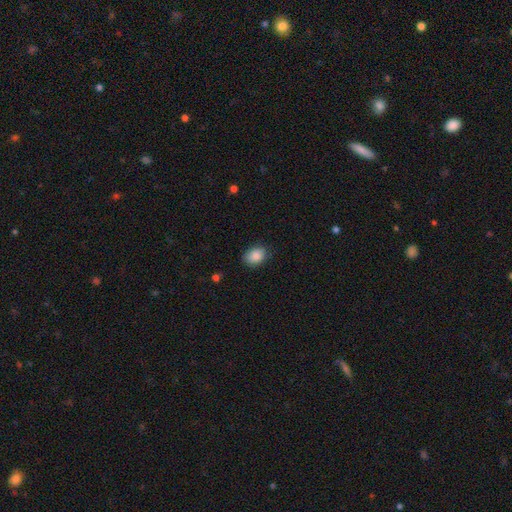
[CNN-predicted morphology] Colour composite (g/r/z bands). It shows a smooth galaxy with no disk features (88%) that is in between round and cigar-shaped (74%). Merging: none (79%).